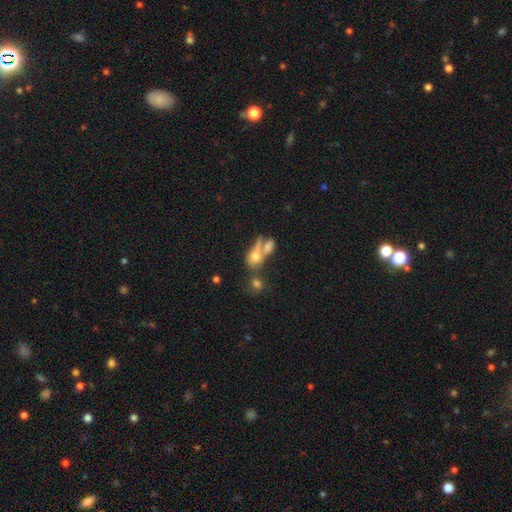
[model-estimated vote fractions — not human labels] The model was most divided on "merging": merger: 54%, none: 27%, minor disturbance: 10%, major disturbance: 10%. More confident: how rounded — in between (62%); smooth or featured — smooth (59%).